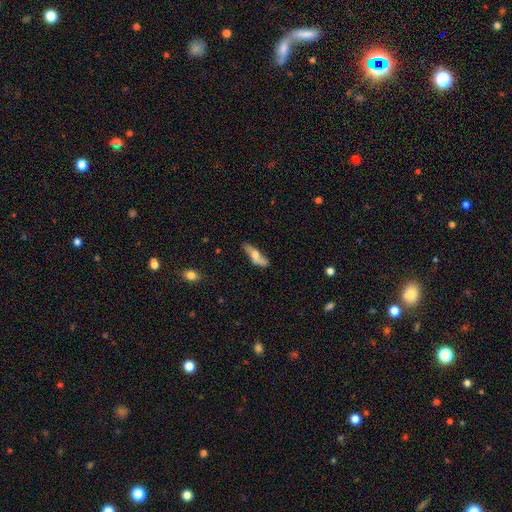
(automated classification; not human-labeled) The model was most divided on "smooth or featured": smooth: 53%, featured or disk: 40%, star or artifact: 6%. More confident: merging — none (68%); how rounded — cigar-shaped (57%).